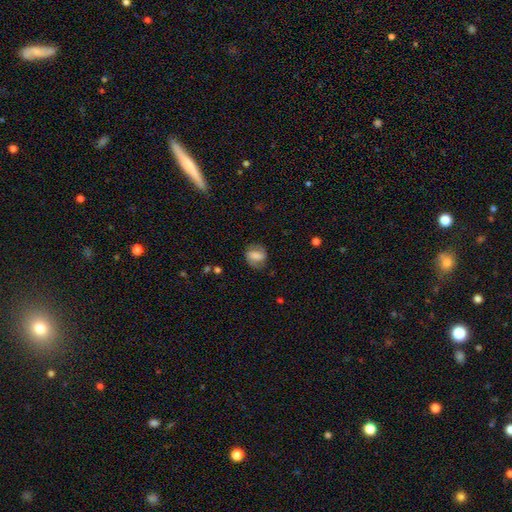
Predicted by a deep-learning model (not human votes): Smooth or featured? Predicted: featured or disk (p=0.46, tied with smooth). Merging? Predicted: none (p=0.74).